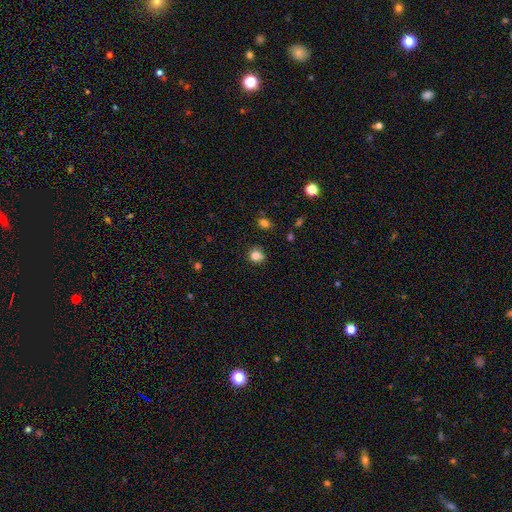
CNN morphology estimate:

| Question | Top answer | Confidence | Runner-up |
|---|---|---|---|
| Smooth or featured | smooth | 82% | star or artifact (12%) |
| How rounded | round | 81% | in between (19%) |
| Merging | none | 69% | minor disturbance (20%) |